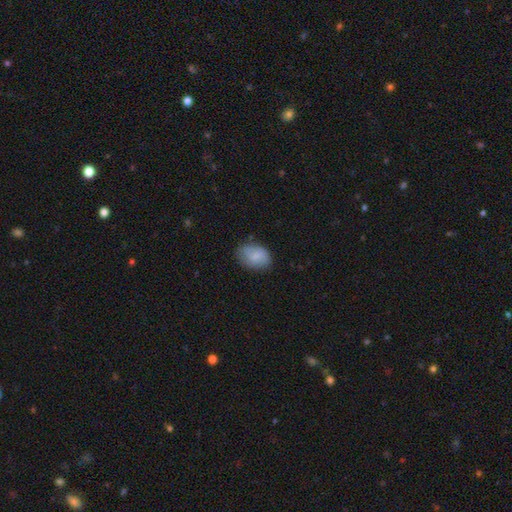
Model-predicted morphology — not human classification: This is likely a smooth galaxy (79%). How rounded: likely in between (78%). Merging: likely none (70%).